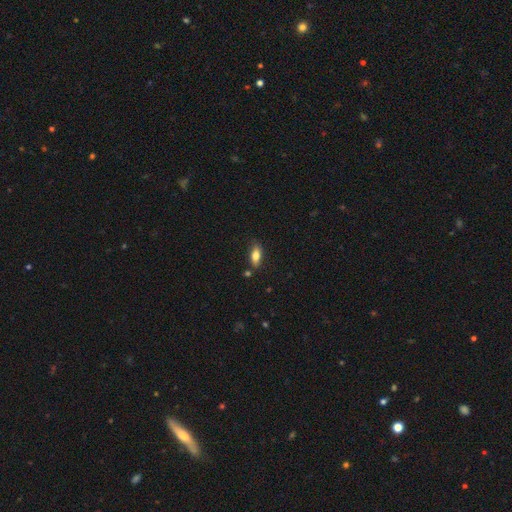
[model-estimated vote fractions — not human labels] Smooth or featured? Predicted: smooth (p=0.78). How rounded? Predicted: in between (p=0.82). Merging? Predicted: none (p=0.77).